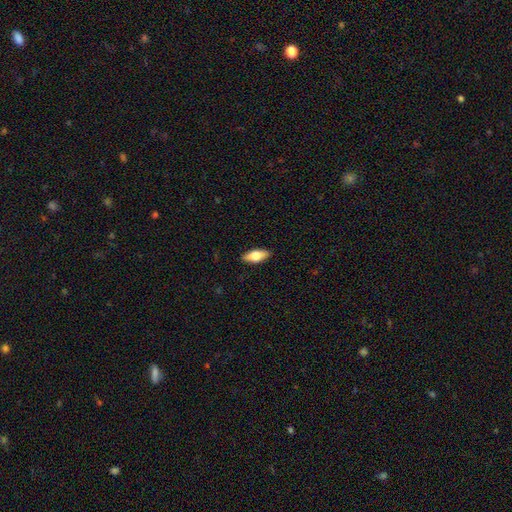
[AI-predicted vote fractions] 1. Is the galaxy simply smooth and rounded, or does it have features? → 65% smooth, 29% featured or disk, 6% star or artifact.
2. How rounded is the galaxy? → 78% in between, 19% cigar-shaped, 3% round.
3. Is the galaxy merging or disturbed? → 89% none, 8% minor disturbance, 2% major disturbance, 1% merger.